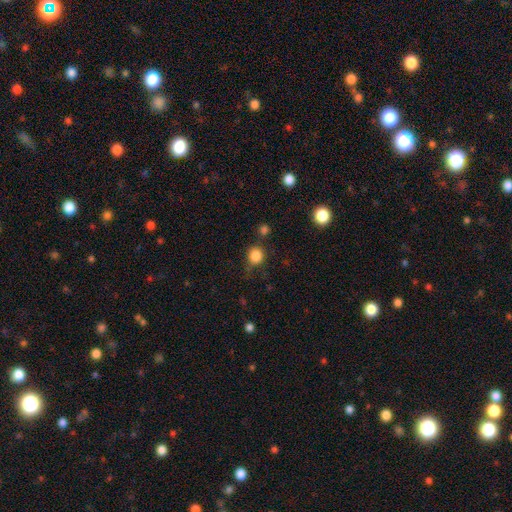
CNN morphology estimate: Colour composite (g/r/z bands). It shows a smooth galaxy with no disk features (84%) that is round (88%). Merging: none (77%).